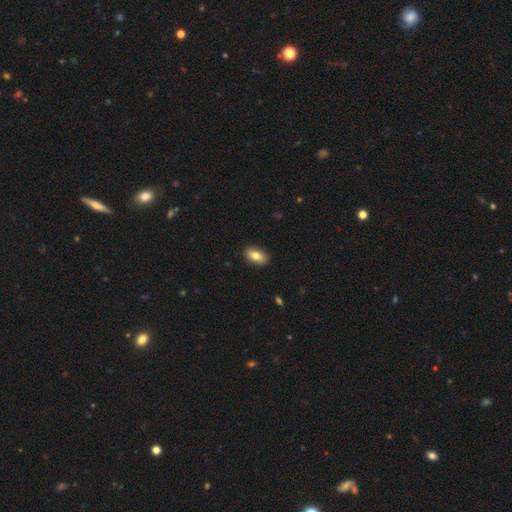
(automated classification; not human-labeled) This is likely a smooth galaxy (79%). How rounded: clearly in between (91%). Merging: clearly none (90%).